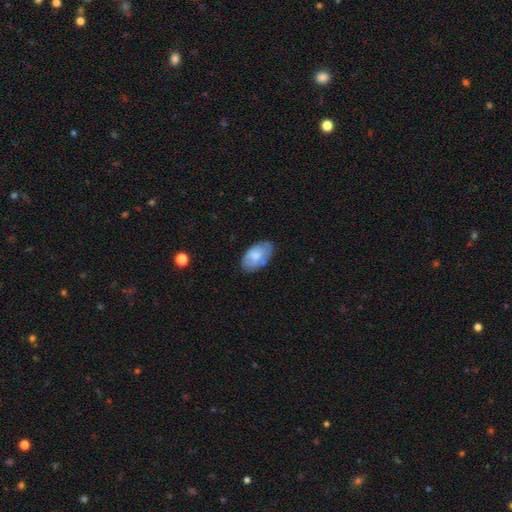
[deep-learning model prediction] smooth-or-featured: smooth: 64% | featured or disk: 30% | star or artifact: 6%
  how-rounded: in between: 94% | round: 5% | cigar-shaped: 2%
  merging: none: 68% | minor disturbance: 23% | major disturbance: 5% | merger: 3%